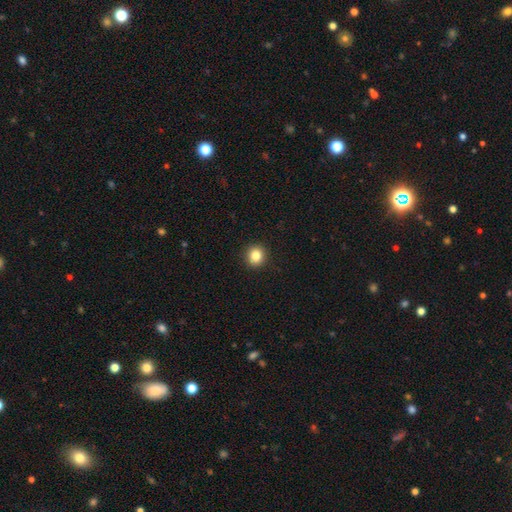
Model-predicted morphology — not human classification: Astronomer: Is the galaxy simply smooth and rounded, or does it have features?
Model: smooth — 84%.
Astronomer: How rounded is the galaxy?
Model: round — 89%.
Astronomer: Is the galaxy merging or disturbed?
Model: none — 92%.